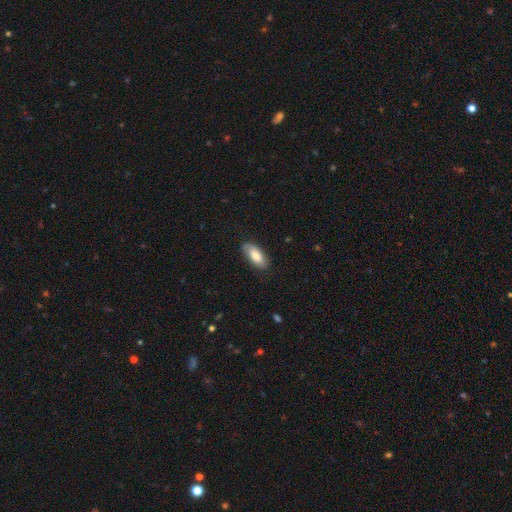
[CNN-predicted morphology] smooth_or_featured: smooth (p=0.78) [alt: featured or disk p=0.16]
how_rounded: in between (p=0.87) [alt: cigar-shaped p=0.11]
merging: none (p=0.81) [alt: minor disturbance p=0.15]